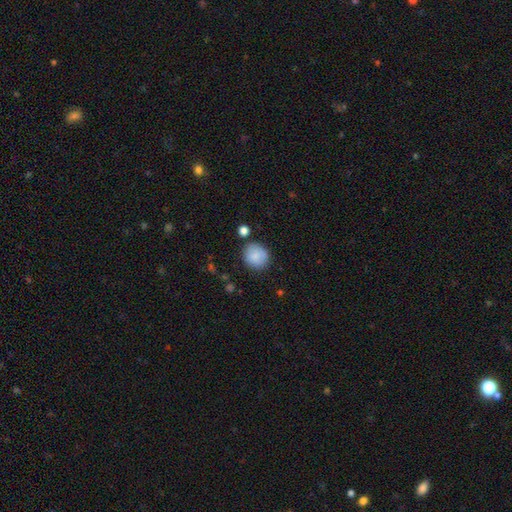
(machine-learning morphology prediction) smooth 85%, featured or disk 8%, star or artifact 7%. Down the decision tree: how rounded — round (84%); merging — none (77%).